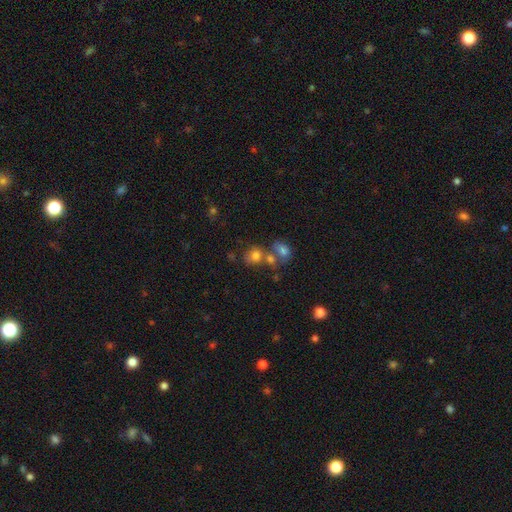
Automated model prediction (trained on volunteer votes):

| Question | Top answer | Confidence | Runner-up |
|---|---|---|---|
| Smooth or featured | smooth | 74% | featured or disk (13%) |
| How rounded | round | 62% | in between (37%) |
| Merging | none | 42% | merger (40%) |